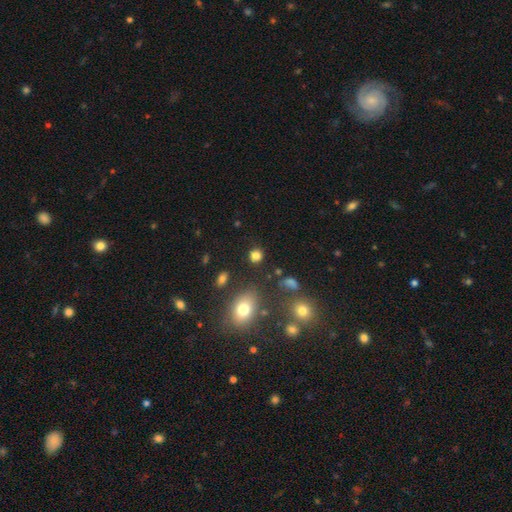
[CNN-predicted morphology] Smooth or featured? Predicted: smooth (p=0.81). How rounded? Predicted: round (p=0.80). Merging? Predicted: none (p=0.83).